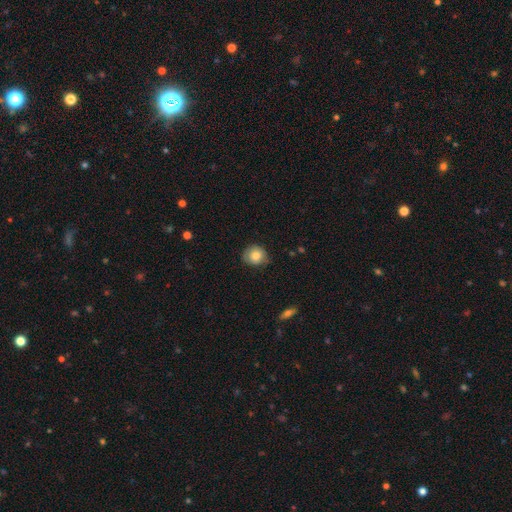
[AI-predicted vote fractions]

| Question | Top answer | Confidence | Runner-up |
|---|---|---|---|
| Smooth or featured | smooth | 79% | featured or disk (13%) |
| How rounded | round | 78% | in between (21%) |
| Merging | none | 71% | minor disturbance (23%) |